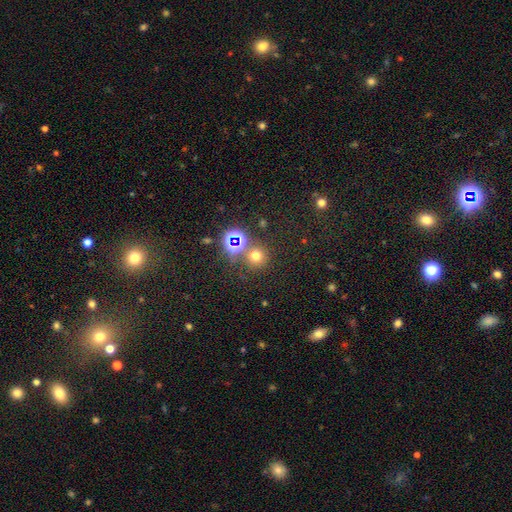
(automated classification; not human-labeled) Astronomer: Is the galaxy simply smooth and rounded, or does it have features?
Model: smooth — 61%.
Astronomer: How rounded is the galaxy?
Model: round — 91%.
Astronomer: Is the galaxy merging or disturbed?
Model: none — 75%.